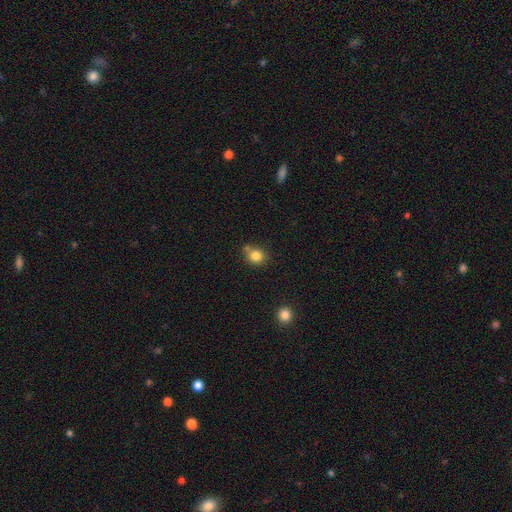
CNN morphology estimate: Smooth or featured: smooth — 83% (star or artifact — 11%)
How rounded: round — 80% (in between — 19%)
Merging: none — 67% (merger — 16%)